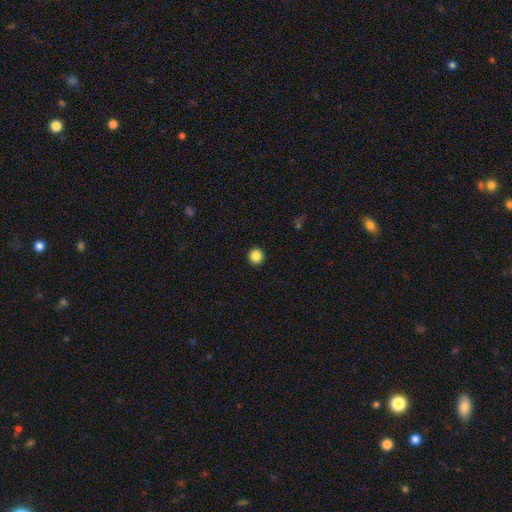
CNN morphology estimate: This is clearly a smooth galaxy (86%). How rounded: clearly round (95%). Merging: clearly none (94%).